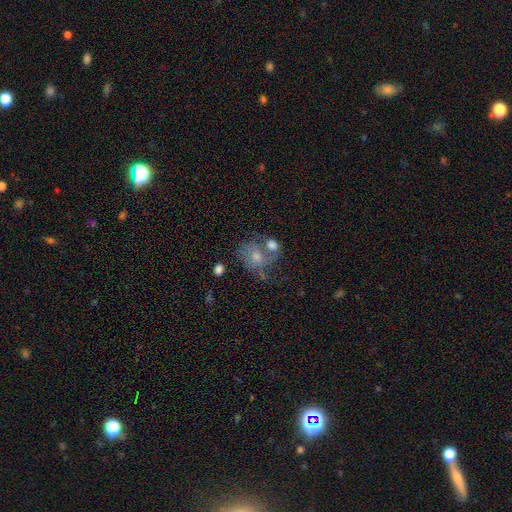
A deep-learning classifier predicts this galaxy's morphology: smooth_or_featured: featured or disk (p=0.52) [alt: smooth p=0.33]
disk_edge_on: no (p=0.97) [alt: yes p=0.03]
bar: no (p=0.77) [alt: weak p=0.20]
has_spiral_arms: yes (p=0.70) [alt: no p=0.30]
bulge_size: moderate (p=0.52) [alt: small p=0.37]
merging: none (p=0.40) [alt: merger p=0.27]